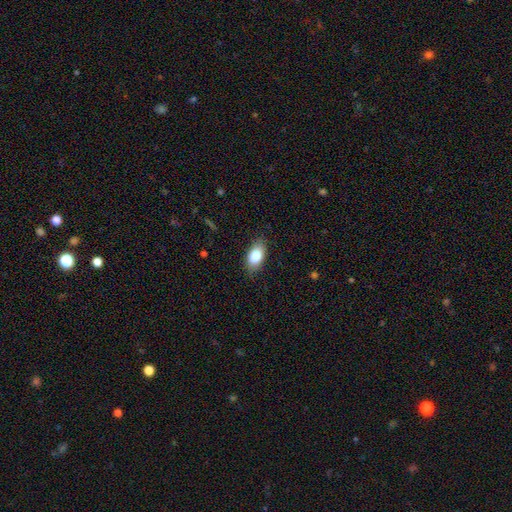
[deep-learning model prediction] Overall: smooth (83%). How rounded: in between (91%). Merging: none (82%).